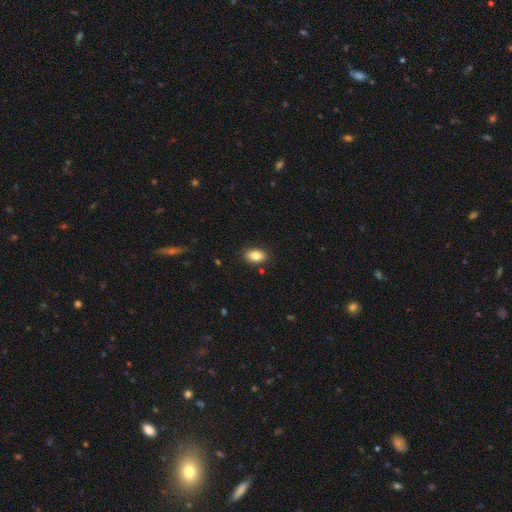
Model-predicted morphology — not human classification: smooth-or-featured: smooth: 84% | featured or disk: 8% | star or artifact: 8%
  how-rounded: in between: 88% | round: 10% | cigar-shaped: 2%
  merging: none: 87% | minor disturbance: 10% | major disturbance: 2% | merger: 2%